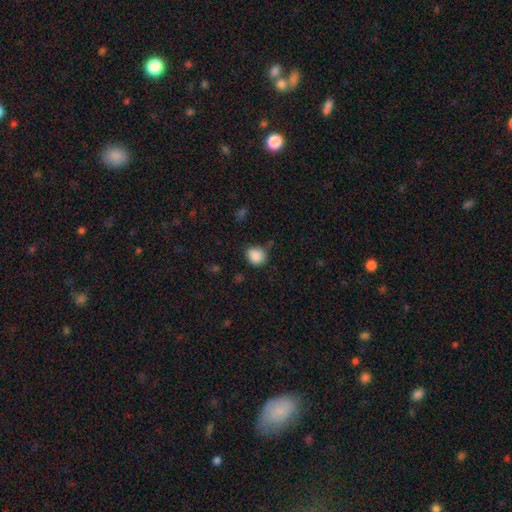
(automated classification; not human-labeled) Overall: smooth (86%). How rounded: round (77%). Merging: none (68%).